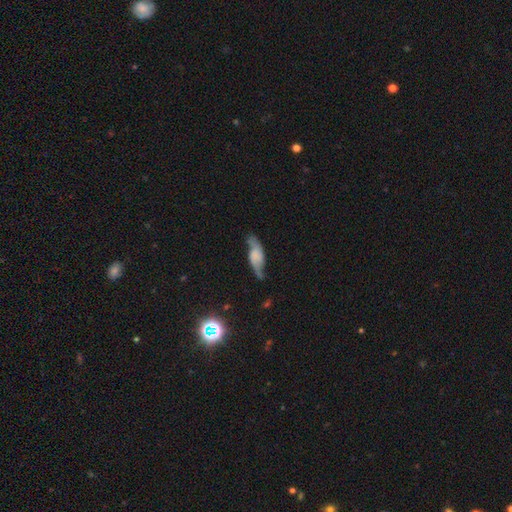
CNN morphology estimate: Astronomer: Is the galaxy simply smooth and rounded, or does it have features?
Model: featured or disk — 58% (runner-up: smooth, 33%).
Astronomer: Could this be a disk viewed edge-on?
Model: no — 80%.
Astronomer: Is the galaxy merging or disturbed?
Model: none — 59%.